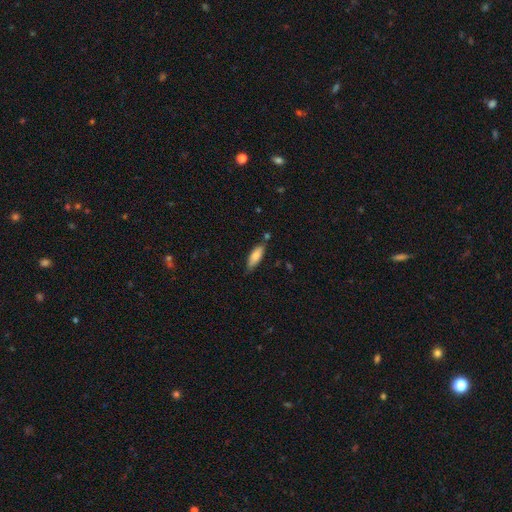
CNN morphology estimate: Smooth or featured?
  - smooth: 80% *
  - featured or disk: 14%
  - star or artifact: 6%
How rounded?
  - in between: 61% *
  - cigar-shaped: 38%
  - round: 2%
Merging?
  - none: 73% *
  - minor disturbance: 19%
  - merger: 5%
  - major disturbance: 3%